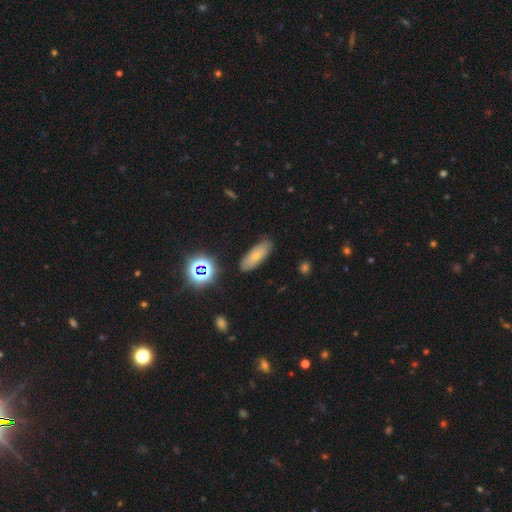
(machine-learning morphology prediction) Smooth or featured? smooth (68%)
How rounded? in between (65%)
Merging? none (84%)